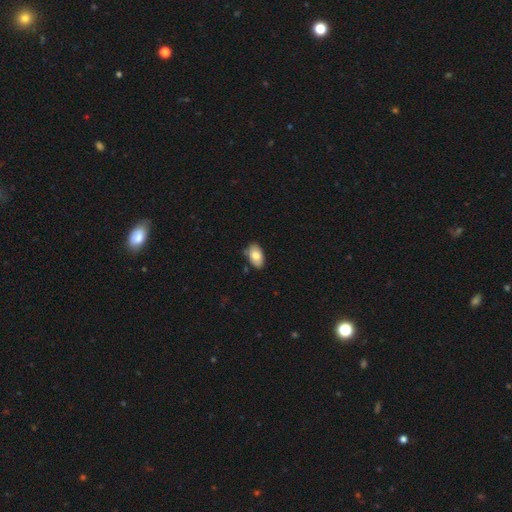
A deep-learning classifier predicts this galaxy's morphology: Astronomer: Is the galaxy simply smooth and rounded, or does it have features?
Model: smooth — 80%.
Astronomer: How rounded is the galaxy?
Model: in between — 93%.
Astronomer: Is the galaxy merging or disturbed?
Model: none — 76%.